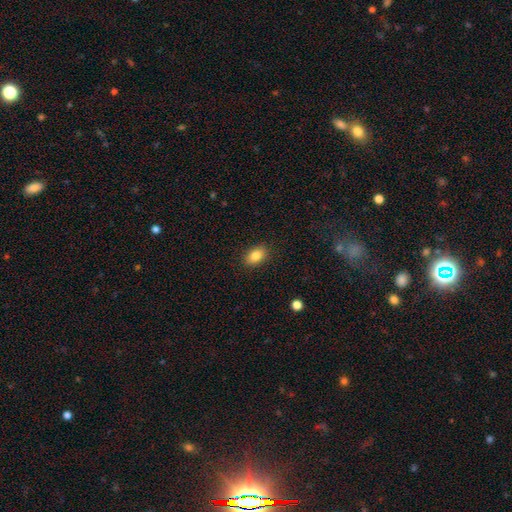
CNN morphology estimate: Smooth or featured: smooth — 84% (star or artifact — 9%)
How rounded: in between — 84% (round — 15%)
Merging: none — 89% (minor disturbance — 8%)